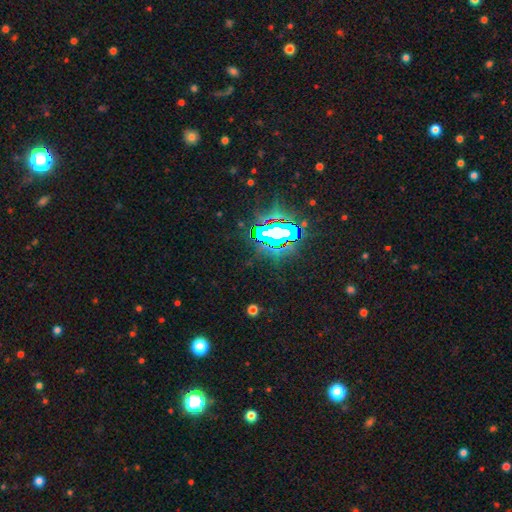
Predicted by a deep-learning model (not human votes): This appears to be a star or artifact, not a galaxy (81%).